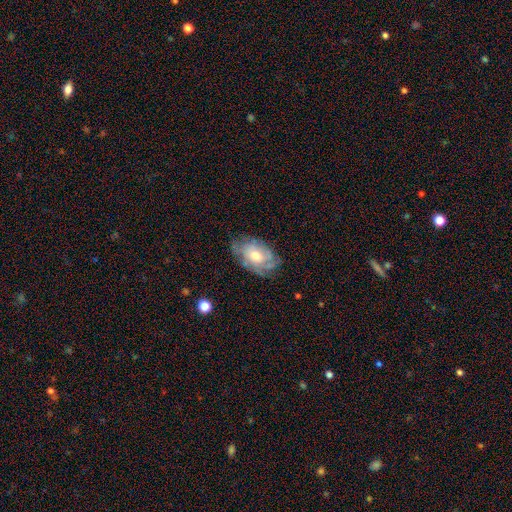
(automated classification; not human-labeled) Smooth or featured? featured or disk (66%)
Edge-on disk? no (94%)
Bar? no (81%)
Spiral arms? yes (80%)
Spiral winding? tight (59%)
Spiral arm count? can't tell (57%)
Bulge size? moderate (67%)
Merging? none (68%)